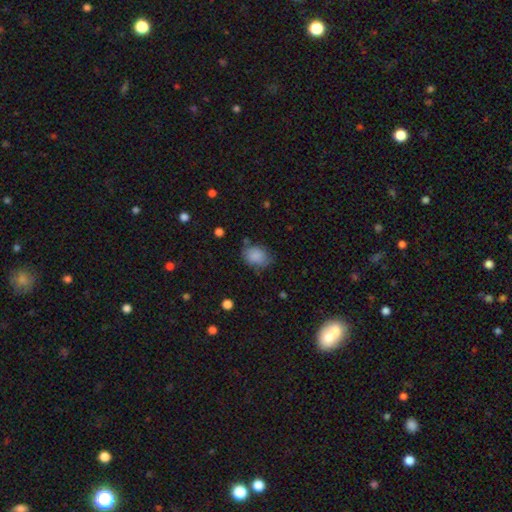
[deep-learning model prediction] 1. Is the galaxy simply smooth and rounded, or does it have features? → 85% smooth, 8% star or artifact, 7% featured or disk.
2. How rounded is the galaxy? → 63% in between, 36% round, 1% cigar-shaped.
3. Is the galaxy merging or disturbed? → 64% none, 26% minor disturbance, 7% major disturbance, 3% merger.